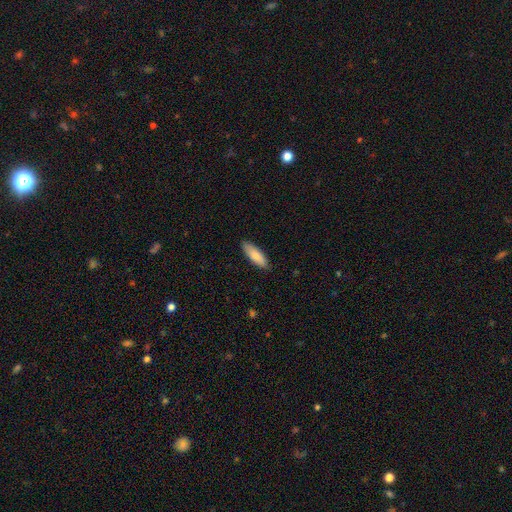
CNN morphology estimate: Smooth or featured? Predicted: smooth (p=0.84). How rounded? Predicted: in between (p=0.57). Merging? Predicted: none (p=0.86).